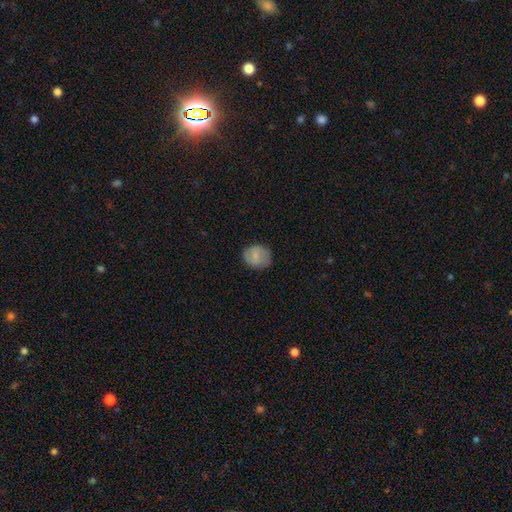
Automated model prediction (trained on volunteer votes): Q: Smooth or featured?
A: smooth (74%); runner-up: featured or disk (18%)
Q: How rounded?
A: round (64%); runner-up: in between (35%)
Q: Merging?
A: none (75%); runner-up: minor disturbance (19%)